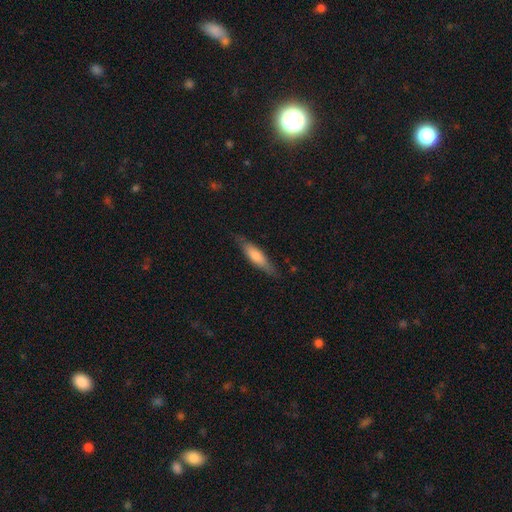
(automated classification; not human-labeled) Q: Smooth or featured?
A: smooth (66%); runner-up: featured or disk (28%)
Q: How rounded?
A: cigar-shaped (68%); runner-up: in between (30%)
Q: Merging?
A: none (78%); runner-up: minor disturbance (17%)